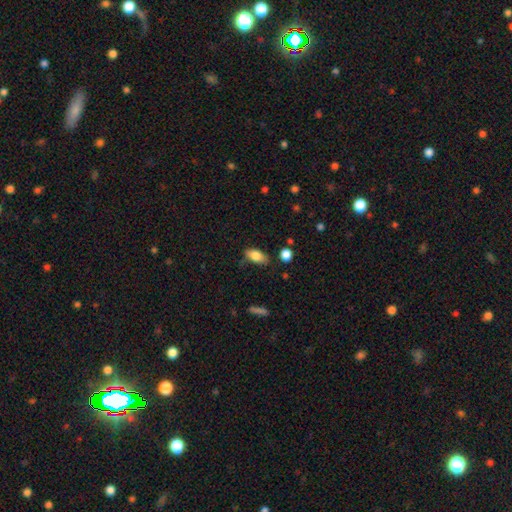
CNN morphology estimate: Smooth or featured: smooth — 78% (featured or disk — 14%)
How rounded: in between — 86% (cigar-shaped — 9%)
Merging: none — 67% (minor disturbance — 24%)